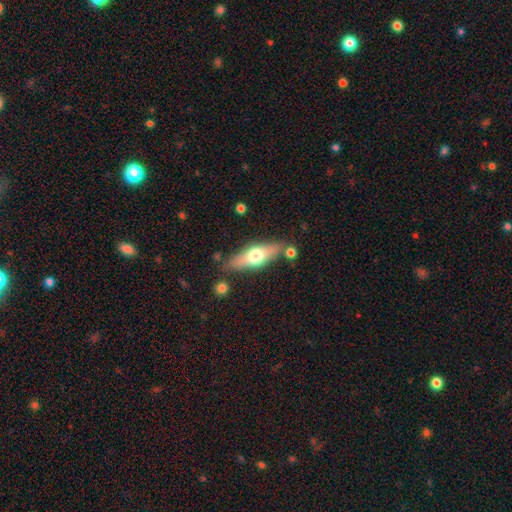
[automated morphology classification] This is possibly a featured or disk galaxy (48%). Merging: likely none (78%).